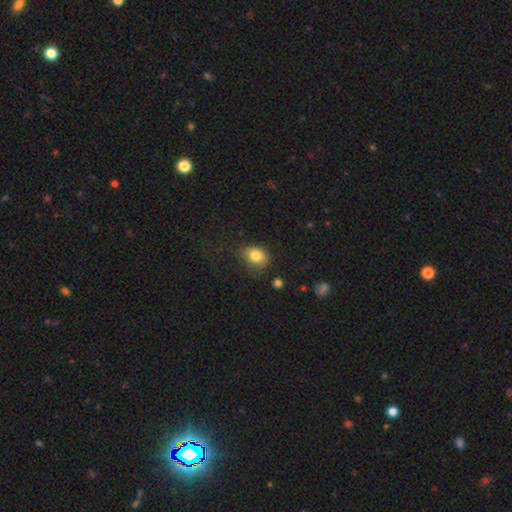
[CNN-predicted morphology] smooth 82%, star or artifact 10%, featured or disk 8%. Down the decision tree: how rounded — in between (51%); merging — none (67%).